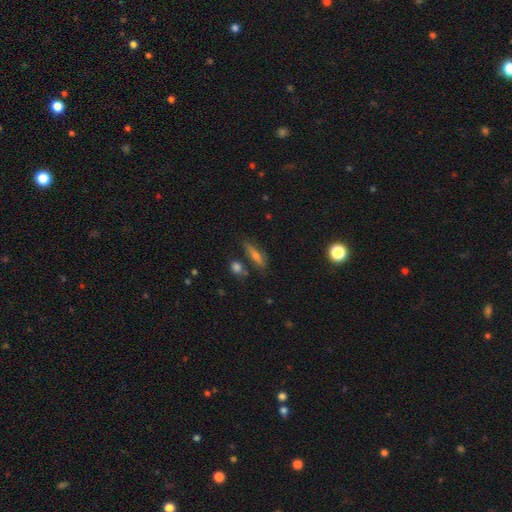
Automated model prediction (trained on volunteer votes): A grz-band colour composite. It shows a smooth galaxy with no disk features (51%) that is cigar-shaped (60%). Merging: none (68%).